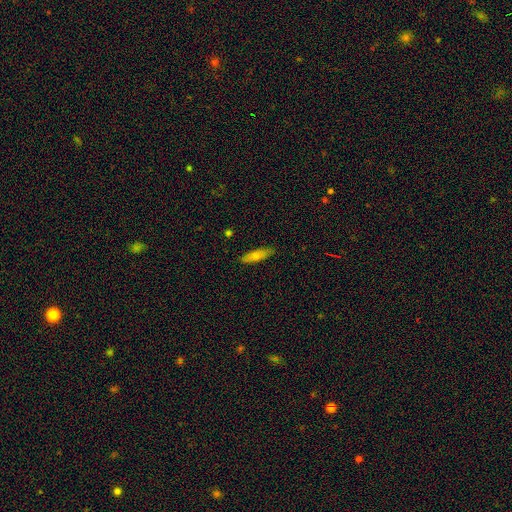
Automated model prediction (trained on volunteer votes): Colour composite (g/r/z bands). It shows a smooth galaxy with no disk features (70%) that is cigar-shaped (60%). Merging: none (87%).